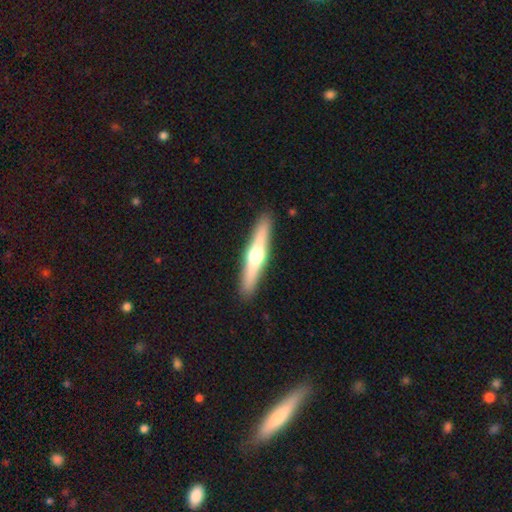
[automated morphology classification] Smooth or featured: featured or disk — 57% (smooth — 37%)
Edge-on disk: yes — 95% (no — 5%)
Edge-on bulge: rounded — 93% (none — 4%)
Merging: none — 91% (minor disturbance — 6%)